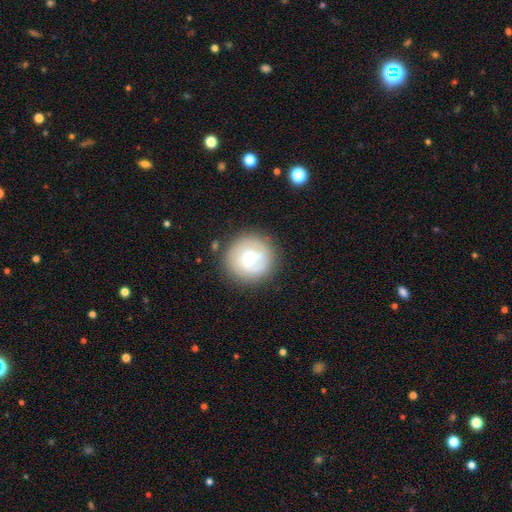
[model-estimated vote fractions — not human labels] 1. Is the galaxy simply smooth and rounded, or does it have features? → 47% featured or disk, 45% smooth, 8% star or artifact.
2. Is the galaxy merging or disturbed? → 79% none, 13% minor disturbance, 5% major disturbance, 3% merger.